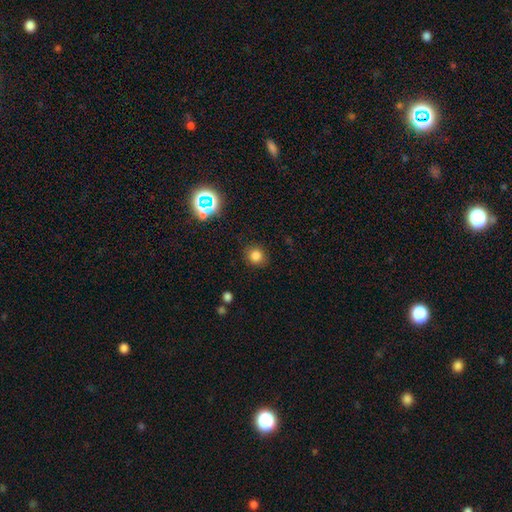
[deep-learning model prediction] This is likely a smooth galaxy (78%). How rounded: clearly round (85%). Merging: clearly none (87%).